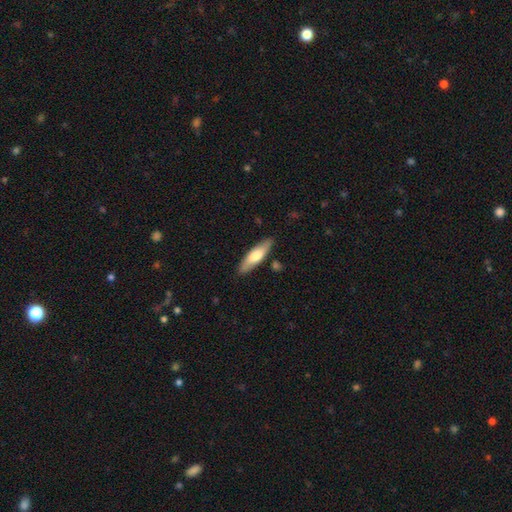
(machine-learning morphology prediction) Smooth or featured? smooth (63%)
How rounded? cigar-shaped (60%)
Merging? none (85%)